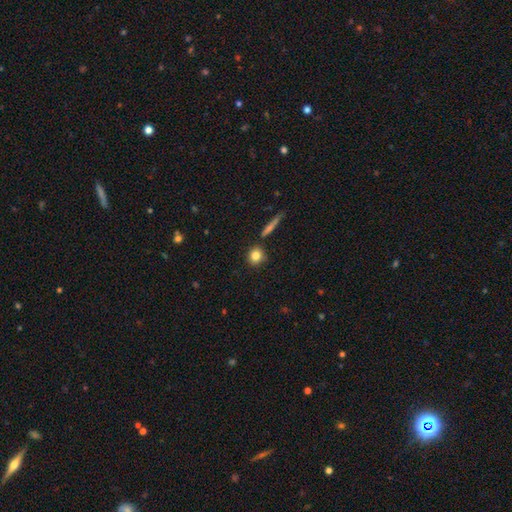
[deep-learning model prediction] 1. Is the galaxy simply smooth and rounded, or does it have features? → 82% smooth, 9% star or artifact, 9% featured or disk.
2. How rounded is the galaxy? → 83% round, 14% in between, 3% cigar-shaped.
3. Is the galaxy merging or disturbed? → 85% none, 8% minor disturbance, 5% merger, 2% major disturbance.